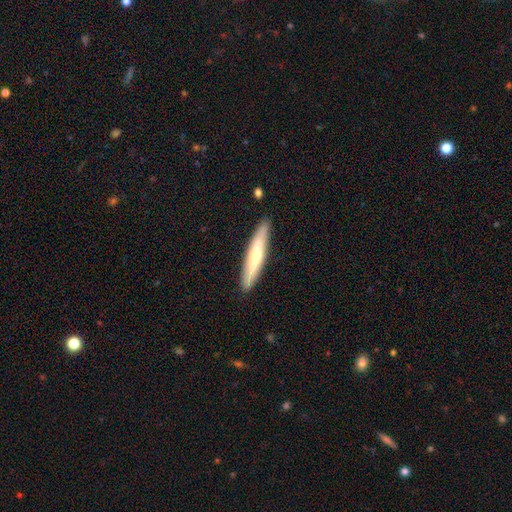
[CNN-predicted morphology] Smooth or featured: smooth — 54% (featured or disk — 41%)
How rounded: cigar-shaped — 90% (in between — 8%)
Merging: none — 90% (minor disturbance — 8%)